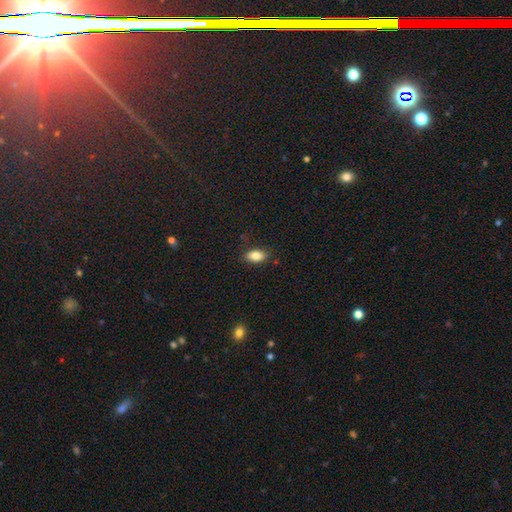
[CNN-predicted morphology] This appears to be a smooth galaxy with no disk features (83%) that is in between round and cigar-shaped (90%). Merging: none (86%).